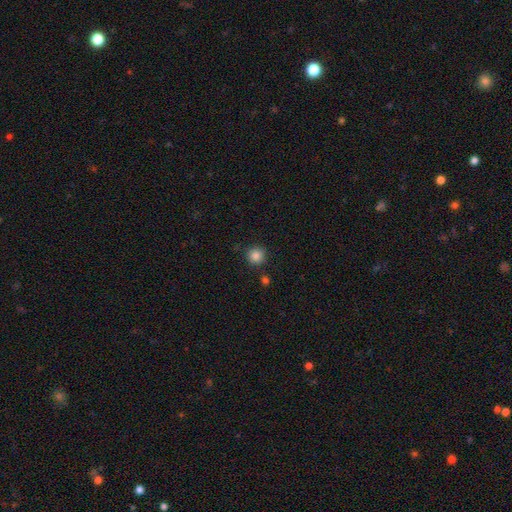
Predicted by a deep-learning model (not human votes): Q: Smooth or featured?
A: smooth (86%); runner-up: star or artifact (10%)
Q: How rounded?
A: round (94%); runner-up: in between (5%)
Q: Merging?
A: none (87%); runner-up: minor disturbance (8%)